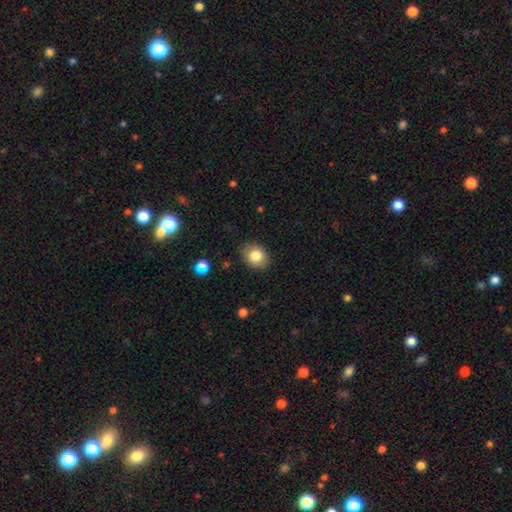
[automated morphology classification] This appears to be a smooth galaxy with no disk features (83%) that is in between round and cigar-shaped (51%). Merging: none (86%).